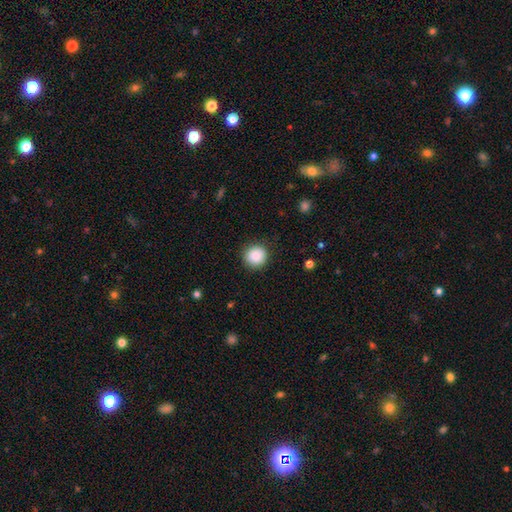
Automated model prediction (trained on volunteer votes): Smooth or featured? Predicted: smooth (p=0.89). How rounded? Predicted: round (p=0.92). Merging? Predicted: none (p=0.89).